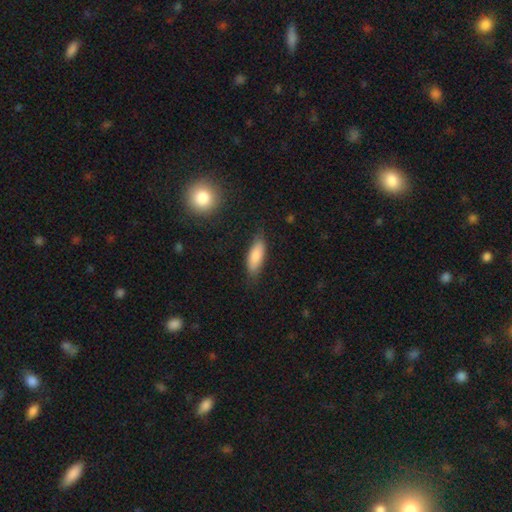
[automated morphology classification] Smooth or featured?
  - smooth: 82% *
  - featured or disk: 12%
  - star or artifact: 7%
How rounded?
  - in between: 68% *
  - cigar-shaped: 30%
  - round: 2%
Merging?
  - none: 77% *
  - minor disturbance: 18%
  - major disturbance: 4%
  - merger: 2%